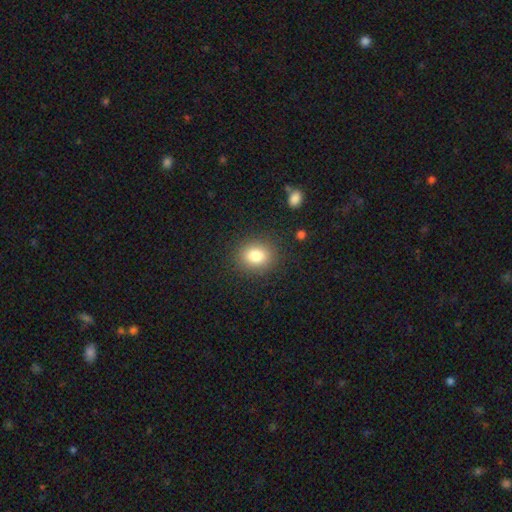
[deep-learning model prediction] The model was most divided on "how rounded": round: 58%, in between: 41%, cigar-shaped: 1%. More confident: merging — none (87%); smooth or featured — smooth (81%).